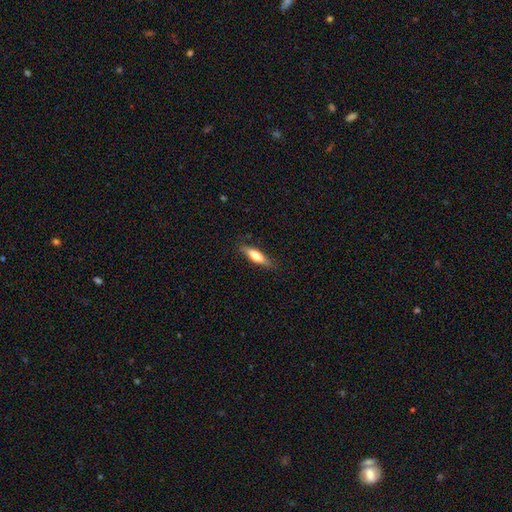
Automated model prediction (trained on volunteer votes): smooth_or_featured: smooth (p=0.61) [alt: featured or disk p=0.33]
how_rounded: cigar-shaped (p=0.70) [alt: in between p=0.28]
merging: none (p=0.84) [alt: minor disturbance p=0.12]